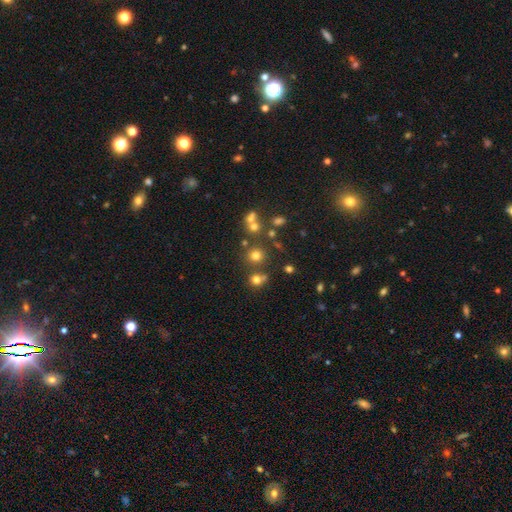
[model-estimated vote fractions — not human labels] Smooth or featured: smooth — 68% (star or artifact — 21%)
How rounded: round — 90% (in between — 9%)
Merging: none — 70% (merger — 18%)